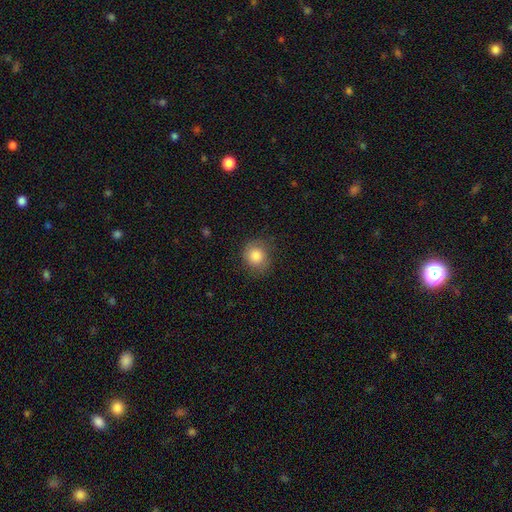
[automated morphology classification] Smooth or featured? Predicted: smooth (p=0.84). How rounded? Predicted: round (p=0.80). Merging? Predicted: none (p=0.77).